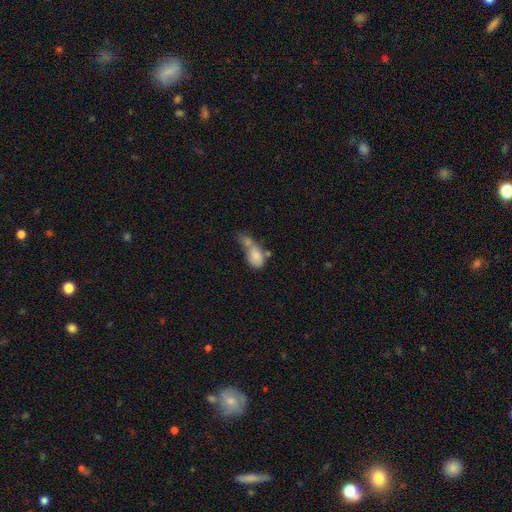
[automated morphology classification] The model was most divided on "merging": merger: 62%, none: 14%, major disturbance: 12%, minor disturbance: 11%. More confident: how rounded — in between (78%); smooth or featured — smooth (73%).